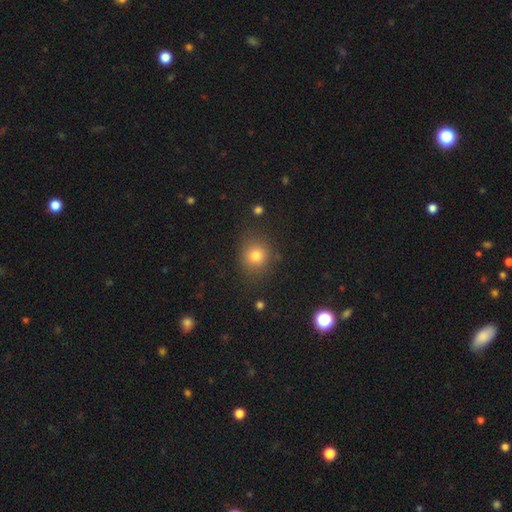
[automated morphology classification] smooth_or_featured: smooth (p=0.78) [alt: star or artifact p=0.14]
how_rounded: round (p=0.82) [alt: in between p=0.17]
merging: none (p=0.83) [alt: minor disturbance p=0.11]